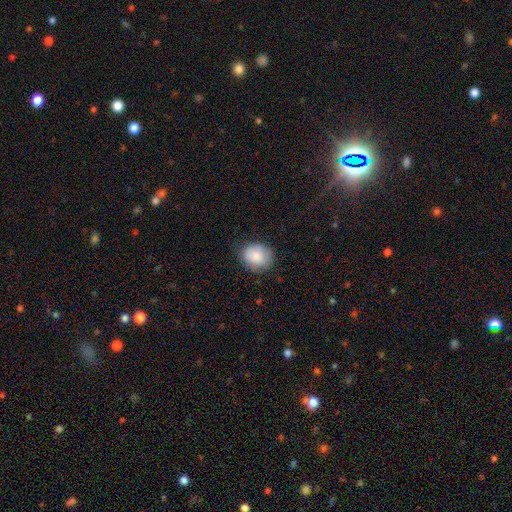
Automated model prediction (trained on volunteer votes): smooth-or-featured: smooth: 84% | featured or disk: 9% | star or artifact: 7%
  how-rounded: round: 61% | in between: 38% | cigar-shaped: 1%
  merging: none: 74% | minor disturbance: 20% | major disturbance: 5% | merger: 1%